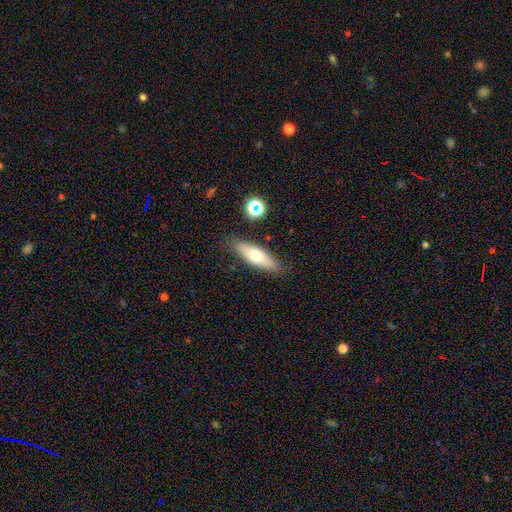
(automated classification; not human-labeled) Smooth or featured?
  - smooth: 60% *
  - featured or disk: 32%
  - star or artifact: 8%
How rounded?
  - cigar-shaped: 49% *
  - in between: 48%
  - round: 3%
Merging?
  - none: 85% *
  - minor disturbance: 10%
  - major disturbance: 2%
  - merger: 2%